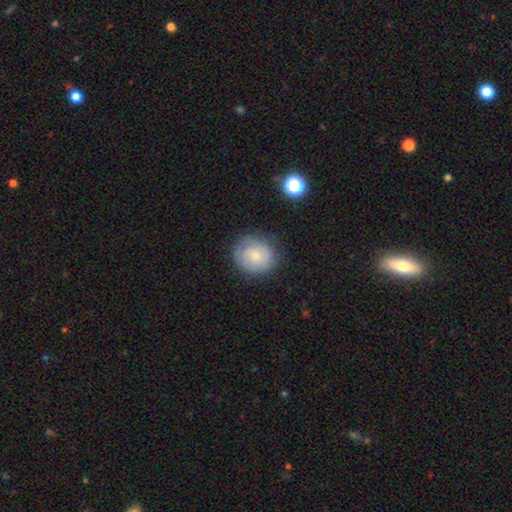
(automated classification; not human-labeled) A smooth galaxy with no disk features (54%) that is round (80%). Merging: none (76%).